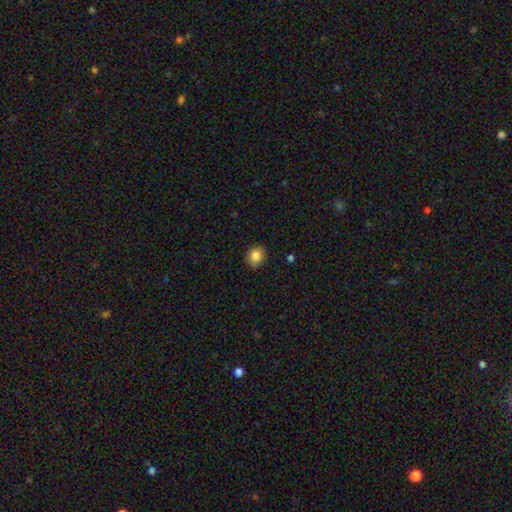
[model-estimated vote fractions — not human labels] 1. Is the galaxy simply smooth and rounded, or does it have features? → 84% smooth, 10% star or artifact, 5% featured or disk.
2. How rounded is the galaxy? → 76% round, 23% in between, 1% cigar-shaped.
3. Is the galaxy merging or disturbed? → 82% none, 15% minor disturbance, 2% major disturbance, 1% merger.